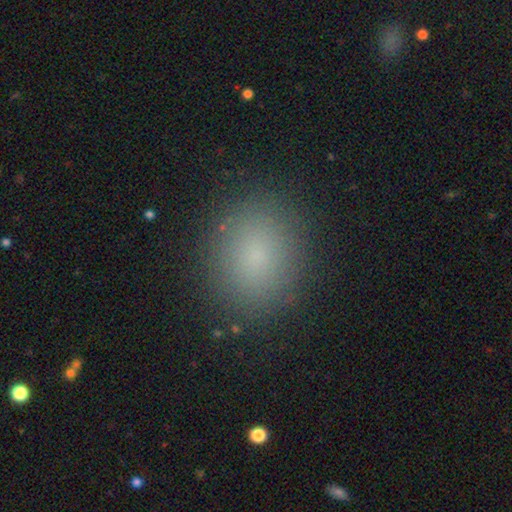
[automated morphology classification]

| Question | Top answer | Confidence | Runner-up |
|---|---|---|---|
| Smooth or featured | smooth | 81% | star or artifact (13%) |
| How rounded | round | 52% | in between (47%) |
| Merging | none | 88% | minor disturbance (9%) |